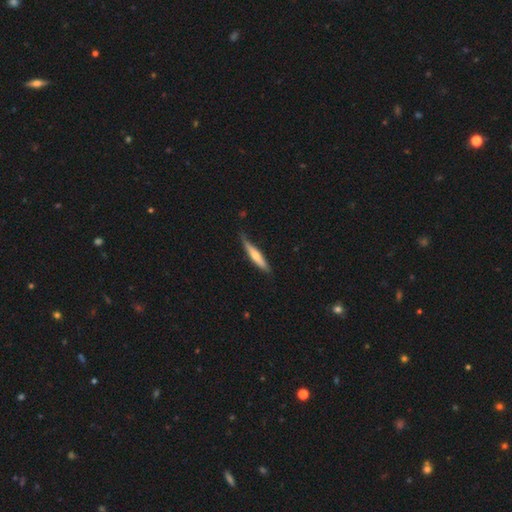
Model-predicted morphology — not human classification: Q: Smooth or featured?
A: smooth (51%); runner-up: featured or disk (44%)
Q: How rounded?
A: cigar-shaped (88%); runner-up: in between (10%)
Q: Merging?
A: none (71%); runner-up: minor disturbance (24%)